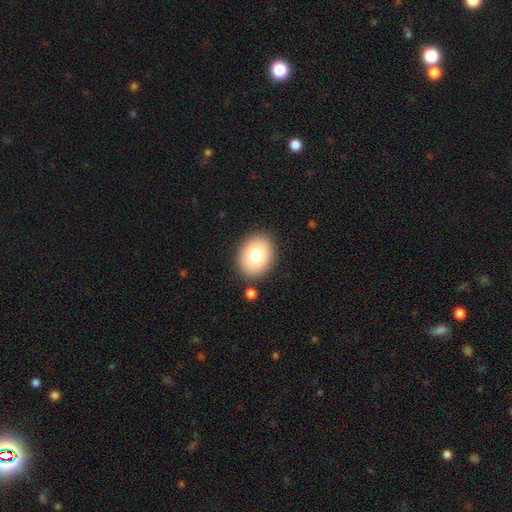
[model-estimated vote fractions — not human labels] smooth-or-featured: smooth: 78% | featured or disk: 14% | star or artifact: 9%
  how-rounded: in between: 57% | round: 42% | cigar-shaped: 1%
  merging: none: 86% | minor disturbance: 8% | merger: 3% | major disturbance: 3%